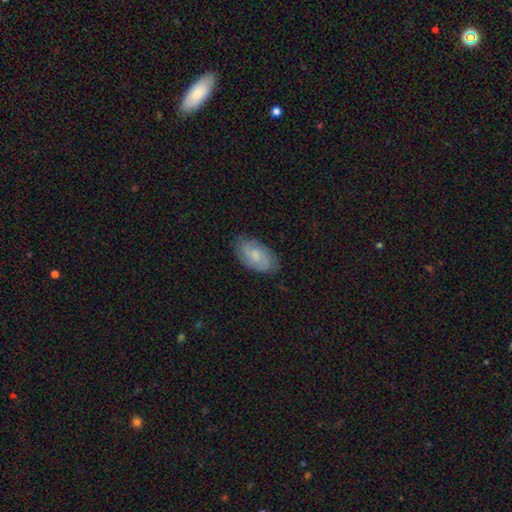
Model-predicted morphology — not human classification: Smooth or featured?
  - featured or disk: 56% *
  - smooth: 38%
  - star or artifact: 7%
Edge-on disk?
  - no: 95% *
  - yes: 5%
Bar?
  - no: 61% *
  - weak: 35%
  - strong: 4%
Spiral arms?
  - yes: 90% *
  - no: 10%
Bulge size?
  - small: 45% *
  - moderate: 36%
  - none: 14%
  - large: 3%
  - dominant: 1%
Merging?
  - none: 81% *
  - minor disturbance: 15%
  - major disturbance: 3%
  - merger: 1%